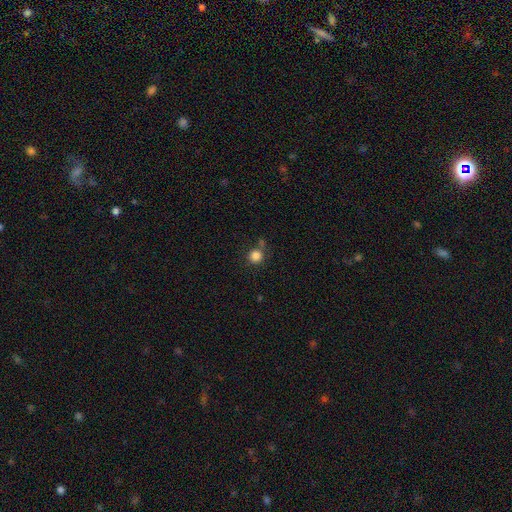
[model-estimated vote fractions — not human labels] This appears to be a smooth galaxy with no disk features (84%) that is round (92%). Merging: none (69%).